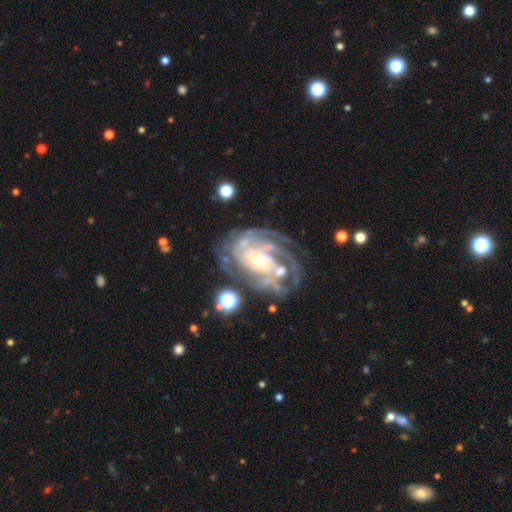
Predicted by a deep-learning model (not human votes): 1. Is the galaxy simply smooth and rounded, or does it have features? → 88% featured or disk, 6% star or artifact, 6% smooth.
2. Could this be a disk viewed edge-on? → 97% no, 3% yes.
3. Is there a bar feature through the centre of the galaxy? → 56% no, 32% weak, 12% strong.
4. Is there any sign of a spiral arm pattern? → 92% yes, 8% no.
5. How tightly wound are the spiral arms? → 61% tight, 30% medium, 9% loose.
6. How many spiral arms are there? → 36% can't tell, 19% 3, 19% 2, 12% 4, 8% more than 4, 7% 1.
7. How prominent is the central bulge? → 51% moderate, 42% small, 4% large, 2% none, 1% dominant.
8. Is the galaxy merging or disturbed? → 56% none, 21% minor disturbance, 17% major disturbance, 6% merger.